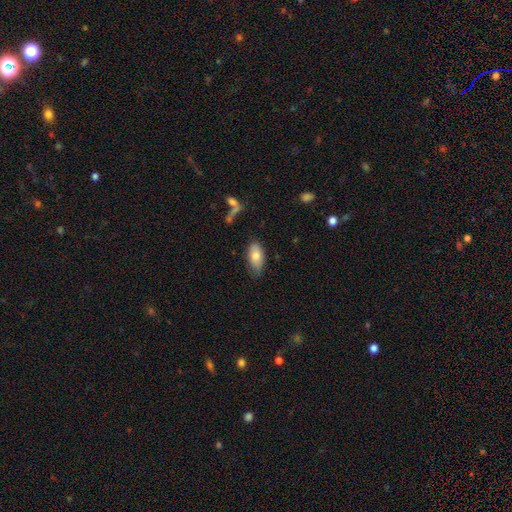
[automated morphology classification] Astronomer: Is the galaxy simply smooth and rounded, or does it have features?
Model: smooth — 76%.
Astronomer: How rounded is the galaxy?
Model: in between — 90%.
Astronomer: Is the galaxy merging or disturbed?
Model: none — 71%.